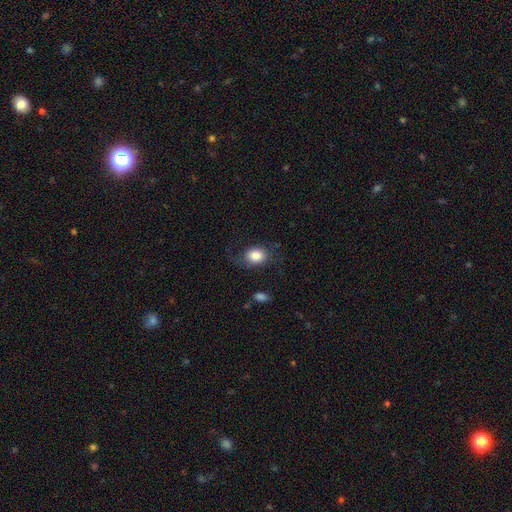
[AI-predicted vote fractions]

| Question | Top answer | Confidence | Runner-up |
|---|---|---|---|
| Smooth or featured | smooth | 79% | featured or disk (13%) |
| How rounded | in between | 57% | round (42%) |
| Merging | none | 56% | minor disturbance (23%) |